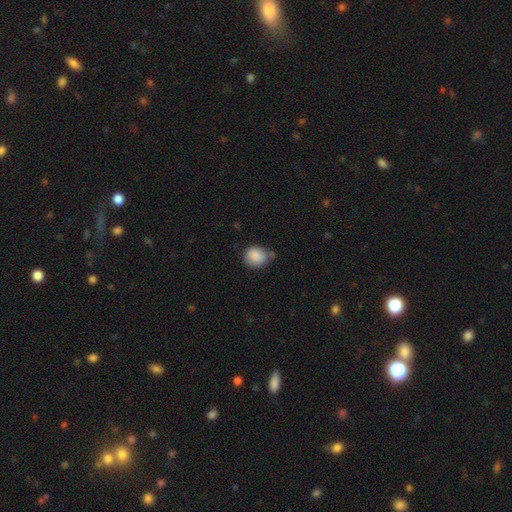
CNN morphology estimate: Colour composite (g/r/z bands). It shows a smooth galaxy with no disk features (87%) that is round (75%). Merging: none (60%).